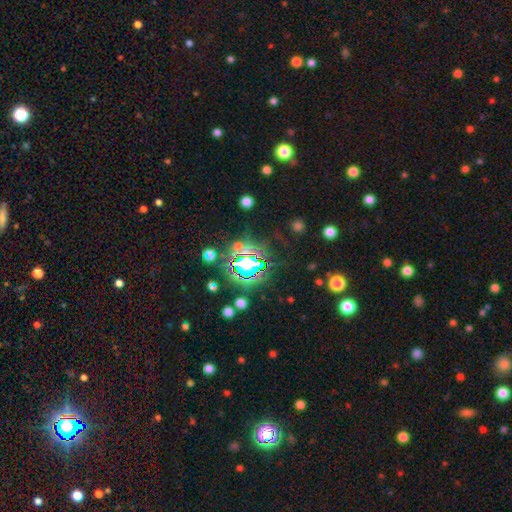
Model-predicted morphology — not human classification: Smooth or featured: star or artifact — 62% (smooth — 27%)